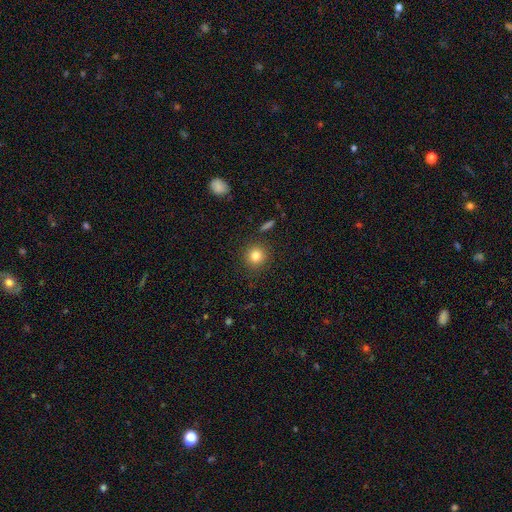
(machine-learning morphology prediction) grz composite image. It shows a smooth galaxy with no disk features (82%) that is round (92%). Merging: none (89%).